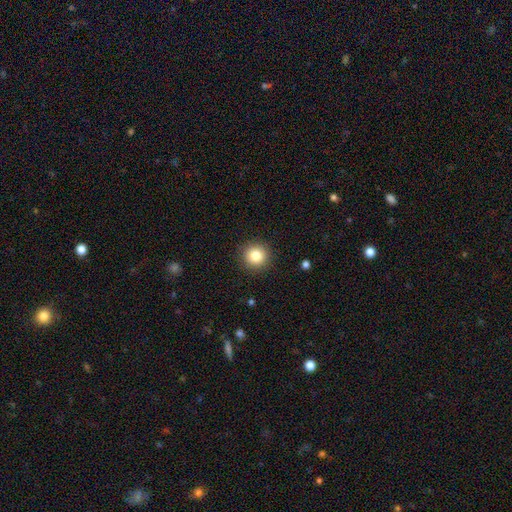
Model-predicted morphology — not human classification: Overall: smooth (83%). How rounded: round (95%). Merging: none (91%).